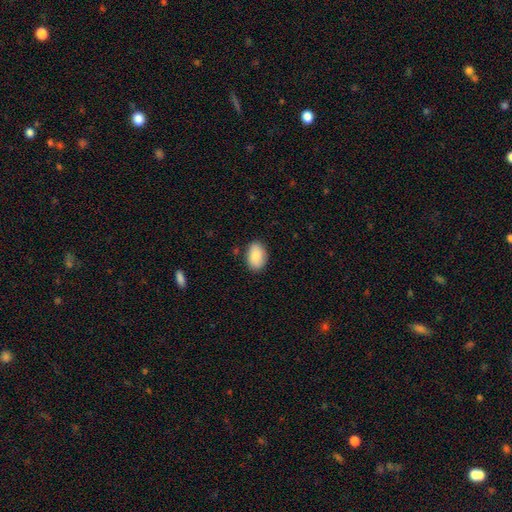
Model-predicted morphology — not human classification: type=smooth (87%); roundness=in between (88%); merging=none (83%).